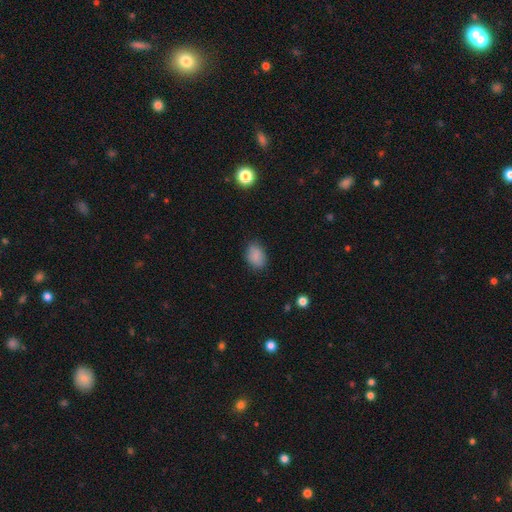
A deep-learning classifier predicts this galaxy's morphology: A smooth galaxy with no disk features (87%) that is in between round and cigar-shaped (81%). Merging: none (82%).